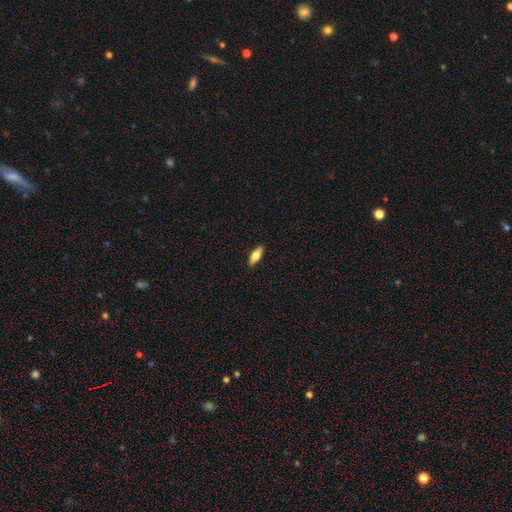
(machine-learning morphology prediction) Q: Smooth or featured?
A: smooth (65%); runner-up: featured or disk (29%)
Q: How rounded?
A: in between (63%); runner-up: cigar-shaped (34%)
Q: Merging?
A: none (90%); runner-up: minor disturbance (8%)